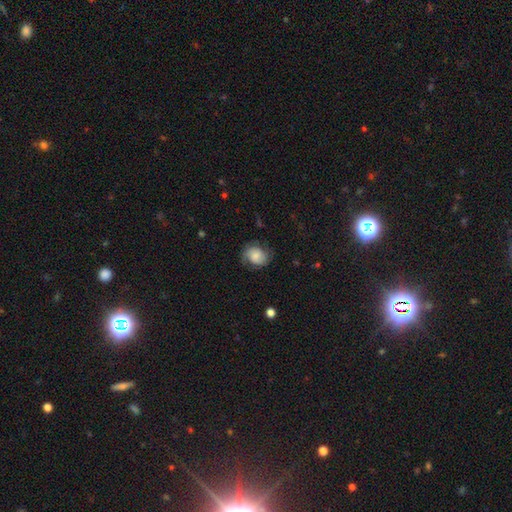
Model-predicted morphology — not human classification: This appears to be a featured or disk galaxy (47%). Merging: none (66%).